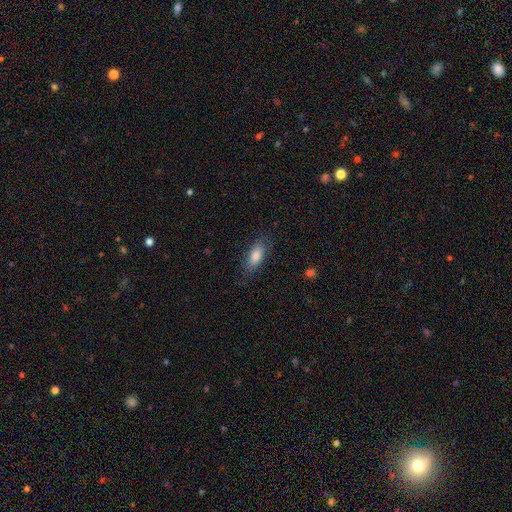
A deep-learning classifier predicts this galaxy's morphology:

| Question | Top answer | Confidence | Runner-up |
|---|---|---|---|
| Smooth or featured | smooth | 81% | featured or disk (12%) |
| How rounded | in between | 79% | cigar-shaped (19%) |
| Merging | none | 78% | minor disturbance (16%) |